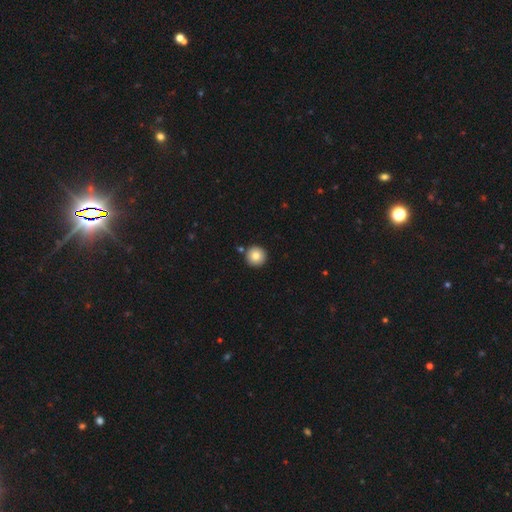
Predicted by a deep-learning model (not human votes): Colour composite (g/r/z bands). It shows a smooth galaxy with no disk features (84%) that is round (96%). Merging: none (89%).